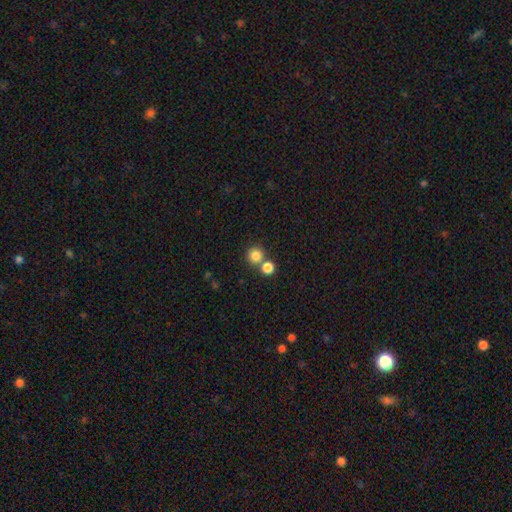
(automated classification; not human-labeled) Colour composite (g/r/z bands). It shows a smooth galaxy with no disk features (83%) that is round (92%). Merging: none (63%).